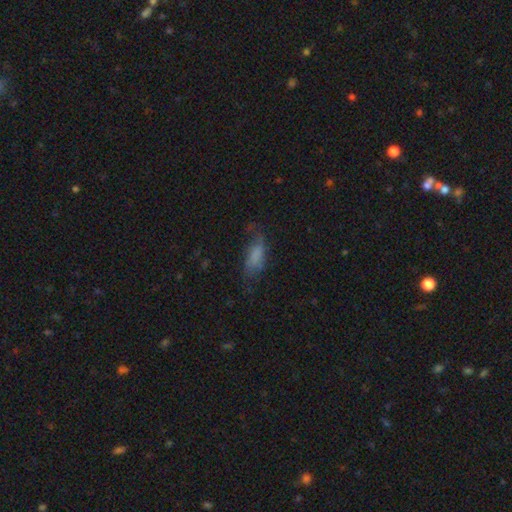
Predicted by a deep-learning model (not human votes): A smooth galaxy with no disk features (68%) that is in between round and cigar-shaped (75%). Merging: none (46%).